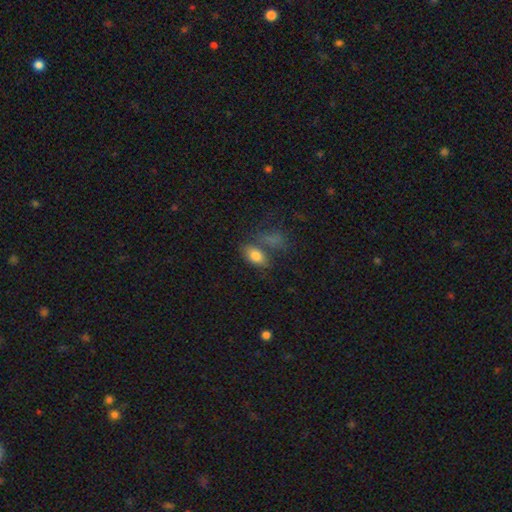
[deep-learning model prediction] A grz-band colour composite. It shows a smooth galaxy with no disk features (81%) that is in between round and cigar-shaped (89%). Merging: none (58%).